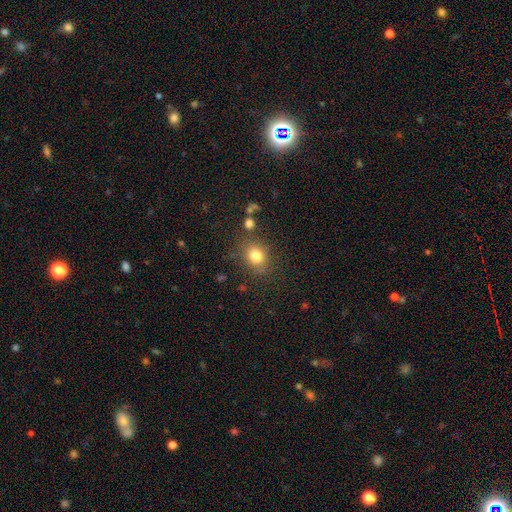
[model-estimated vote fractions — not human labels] The model was most divided on "how rounded": round: 68%, in between: 31%, cigar-shaped: 1%. More confident: smooth or featured — smooth (79%); merging — none (78%).